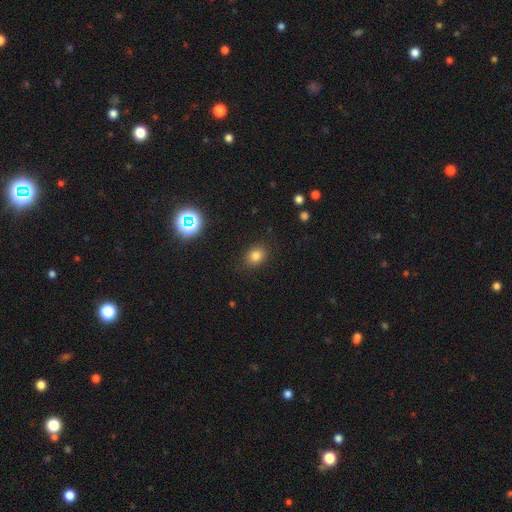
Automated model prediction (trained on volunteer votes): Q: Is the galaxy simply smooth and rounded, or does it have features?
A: smooth — 78%.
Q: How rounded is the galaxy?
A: in between — 51%.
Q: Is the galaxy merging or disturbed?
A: none — 86%.